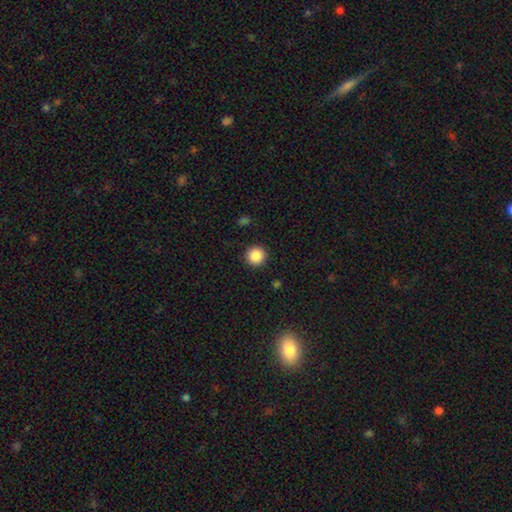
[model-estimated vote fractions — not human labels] The model was most divided on "smooth or featured": smooth: 86%, star or artifact: 10%, featured or disk: 4%. More confident: how rounded — round (96%); merging — none (92%).